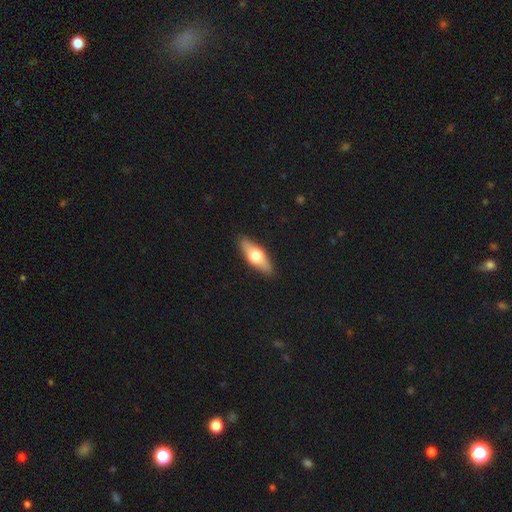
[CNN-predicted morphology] Overall: smooth (51%; featured or disk 43%). How rounded: in between (60%; cigar-shaped 36%). Merging: none (88%).